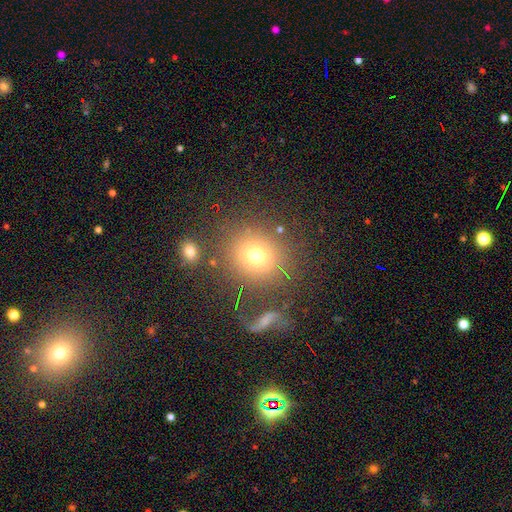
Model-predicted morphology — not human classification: smooth 71%, star or artifact 16%, featured or disk 12%. Down the decision tree: how rounded — round (87%); merging — none (77%).